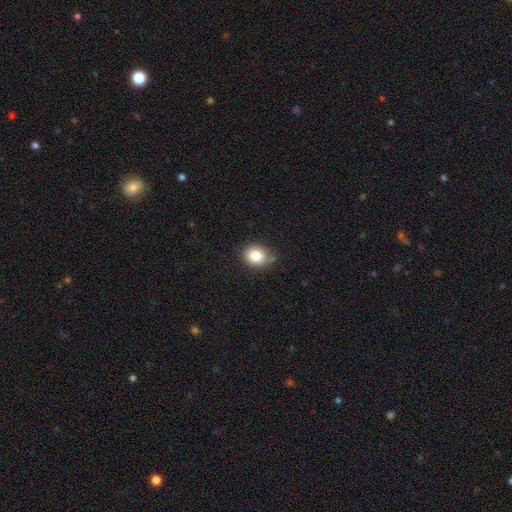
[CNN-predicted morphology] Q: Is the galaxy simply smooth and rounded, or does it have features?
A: smooth — 83%.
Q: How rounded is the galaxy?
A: round — 68%.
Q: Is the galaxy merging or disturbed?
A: none — 74%.